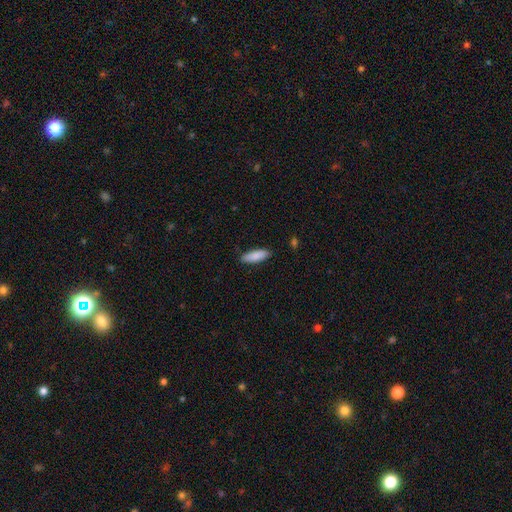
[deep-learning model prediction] smooth-or-featured: smooth: 88% | featured or disk: 7% | star or artifact: 6%
  how-rounded: in between: 61% | cigar-shaped: 37% | round: 2%
  merging: none: 86% | minor disturbance: 11% | major disturbance: 2% | merger: 1%